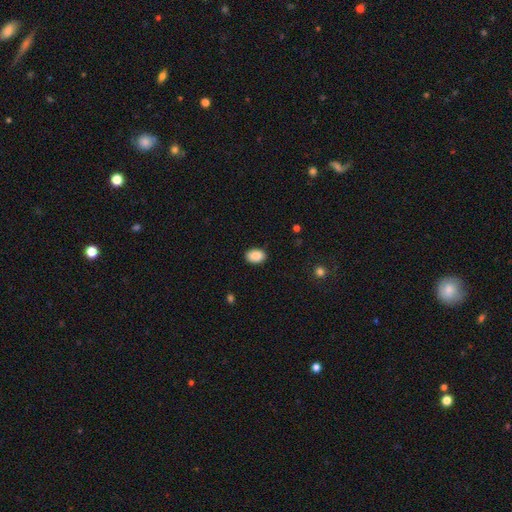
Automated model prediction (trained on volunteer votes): A smooth galaxy with no disk features (90%) that is in between round and cigar-shaped (82%).

Vote fractions:
- Smooth or featured? smooth: 90% / star or artifact: 7% / featured or disk: 3%
- How rounded? in between: 82% / round: 17% / cigar-shaped: 1%
- Merging? none: 88% / minor disturbance: 9% / major disturbance: 2% / merger: 1%